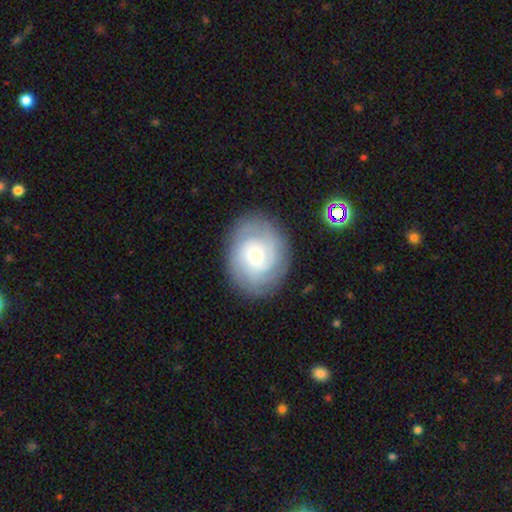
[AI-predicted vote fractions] Smooth or featured? featured or disk (71%)
Edge-on disk? no (97%)
Bar? no (72%)
Spiral arms? yes (91%)
Spiral winding? tight (70%)
Spiral arm count? can't tell (39%)
Bulge size? small (53%)
Merging? none (83%)